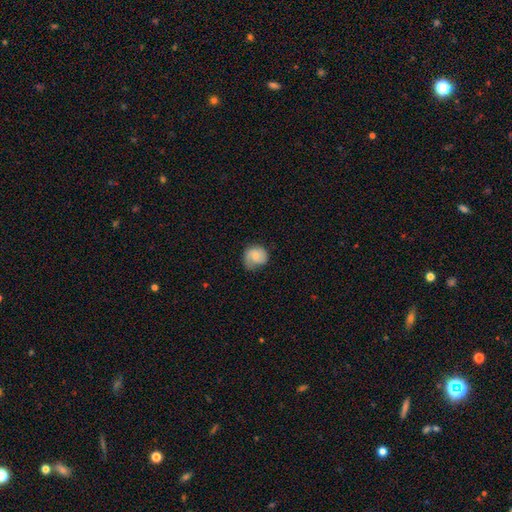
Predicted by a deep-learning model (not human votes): Smooth or featured?
  - smooth: 54% *
  - featured or disk: 38%
  - star or artifact: 7%
How rounded?
  - round: 75% *
  - in between: 24%
  - cigar-shaped: 1%
Merging?
  - none: 56% *
  - minor disturbance: 30%
  - major disturbance: 13%
  - merger: 1%